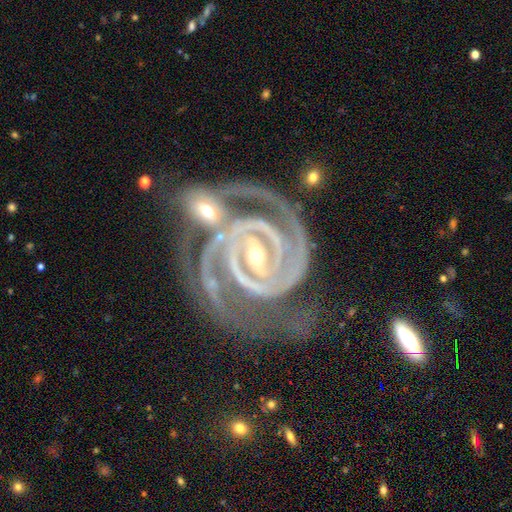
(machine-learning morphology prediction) Overall: featured or disk (94%). Edge-on disk: no (98%). Bar: strong (47%; weak 32%). Spiral arms: yes (99%). Spiral arm count: 2 (74%). Spiral winding: tight (78%). Bulge size: small (64%; moderate 32%). Merging: none (57%; merger 19%).